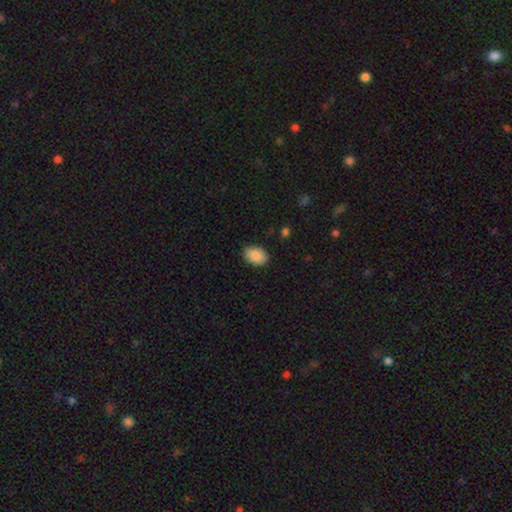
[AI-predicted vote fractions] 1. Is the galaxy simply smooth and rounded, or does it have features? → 88% smooth, 7% star or artifact, 5% featured or disk.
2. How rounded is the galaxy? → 84% in between, 15% round, 1% cigar-shaped.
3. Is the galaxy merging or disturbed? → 85% none, 11% minor disturbance, 2% major disturbance, 1% merger.